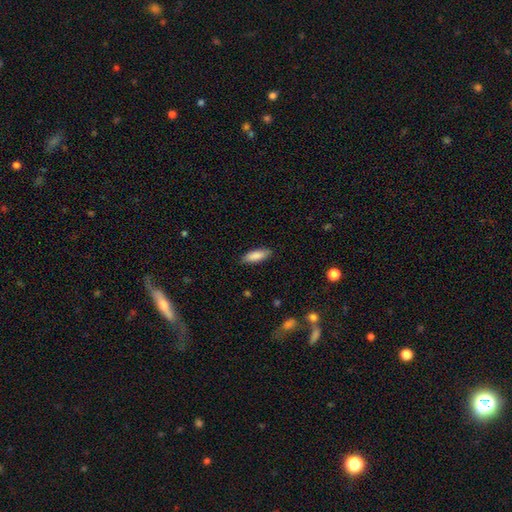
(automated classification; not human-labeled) Smooth or featured? Predicted: smooth (p=0.87). How rounded? Predicted: in between (p=0.66). Merging? Predicted: none (p=0.85).